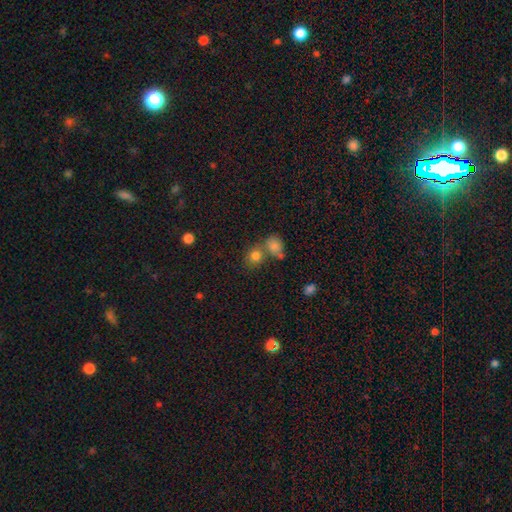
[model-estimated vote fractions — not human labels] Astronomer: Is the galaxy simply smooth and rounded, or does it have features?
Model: smooth — 79%.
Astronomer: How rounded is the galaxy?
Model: round — 79%.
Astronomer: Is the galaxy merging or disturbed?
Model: none — 54% (runner-up: merger, 33%).